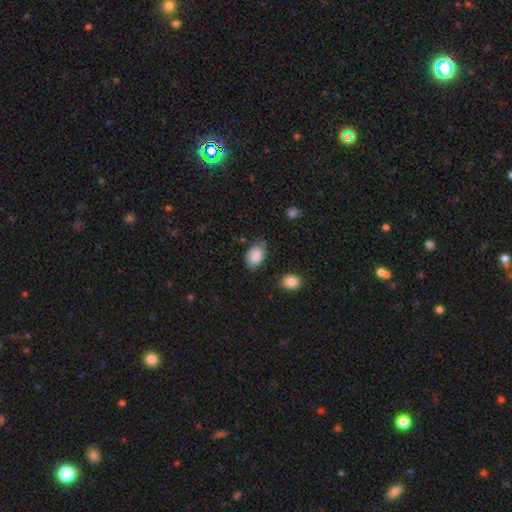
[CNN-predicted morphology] smooth_or_featured: smooth (p=0.80) [alt: featured or disk p=0.13]
how_rounded: in between (p=0.90) [alt: round p=0.08]
merging: none (p=0.57) [alt: minor disturbance p=0.32]